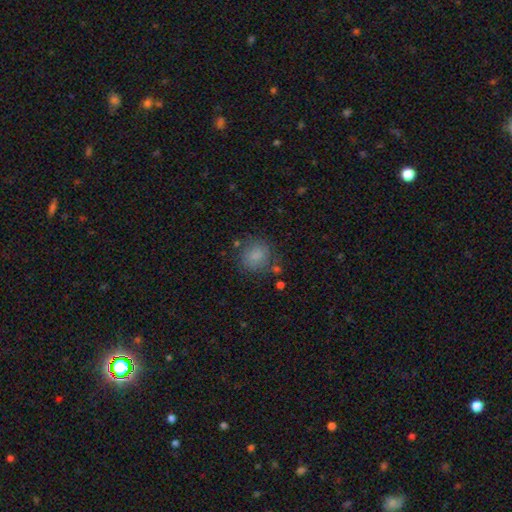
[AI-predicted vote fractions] A smooth galaxy with no disk features (82%) that is round (77%).

Vote fractions:
- Smooth or featured? smooth: 82% / star or artifact: 10% / featured or disk: 8%
- How rounded? round: 77% / in between: 22% / cigar-shaped: 1%
- Merging? none: 75% / minor disturbance: 15% / major disturbance: 6% / merger: 4%